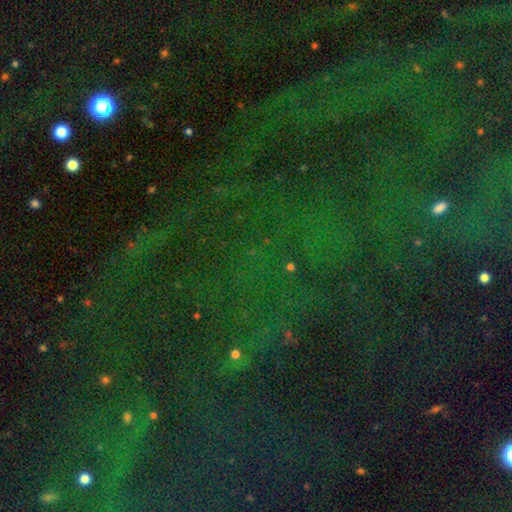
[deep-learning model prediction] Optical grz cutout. It shows a star or artifact, not a galaxy (81%).